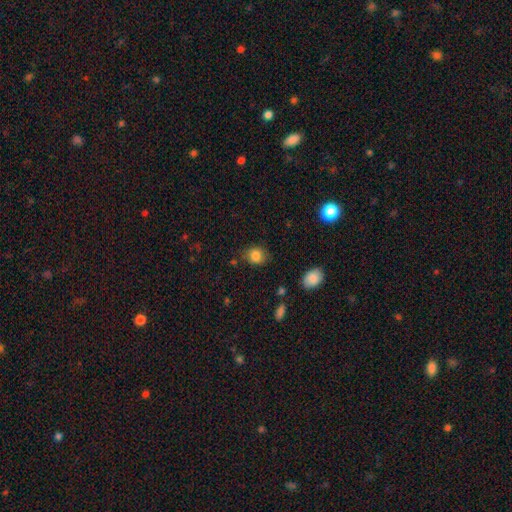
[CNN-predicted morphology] Smooth or featured?
  - smooth: 84% *
  - star or artifact: 10%
  - featured or disk: 6%
How rounded?
  - round: 64% *
  - in between: 35%
  - cigar-shaped: 1%
Merging?
  - none: 78% *
  - minor disturbance: 16%
  - major disturbance: 4%
  - merger: 2%